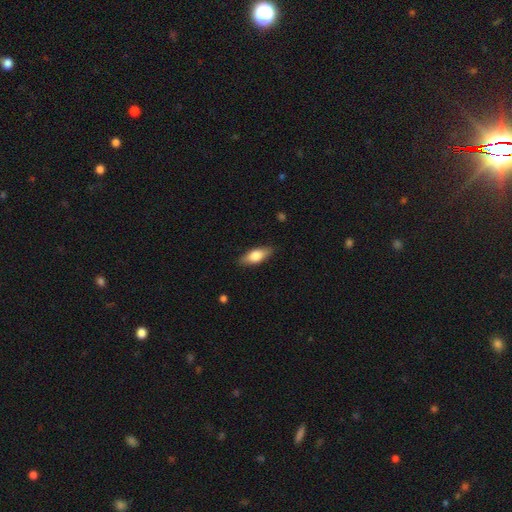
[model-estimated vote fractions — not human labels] Smooth or featured? smooth (69%)
How rounded? in between (73%)
Merging? none (86%)